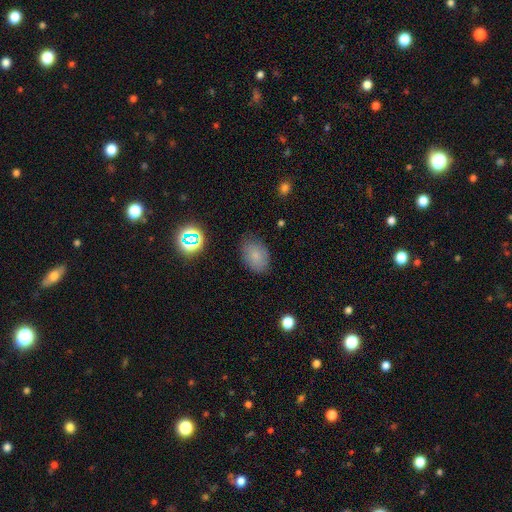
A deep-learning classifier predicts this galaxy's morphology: Overall: smooth (78%). How rounded: in between (81%). Merging: none (77%).